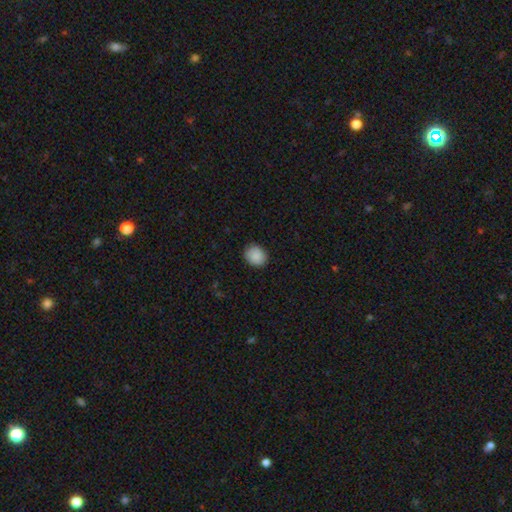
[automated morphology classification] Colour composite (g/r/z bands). It shows a smooth galaxy with no disk features (89%) that is round (69%). Merging: none (88%).